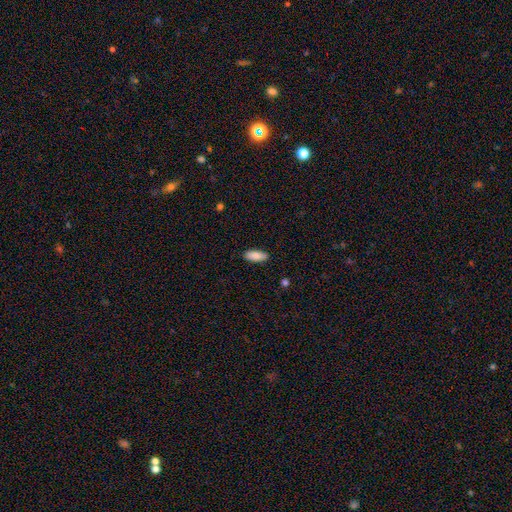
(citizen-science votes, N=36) Q: Smooth or featured?
A: smooth (89%); runner-up: featured or disk (6%)
Q: How rounded?
A: in between (66%); runner-up: cigar-shaped (31%)
Q: Merging?
A: none (94%); runner-up: minor disturbance (6%)